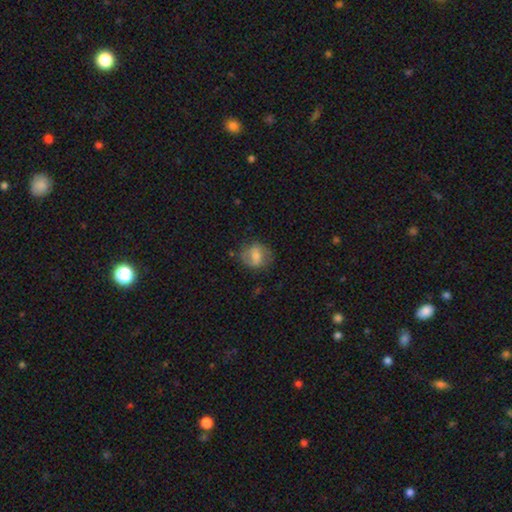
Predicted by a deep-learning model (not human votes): A smooth galaxy with no disk features (58%) that is round (63%). Merging: none (67%).